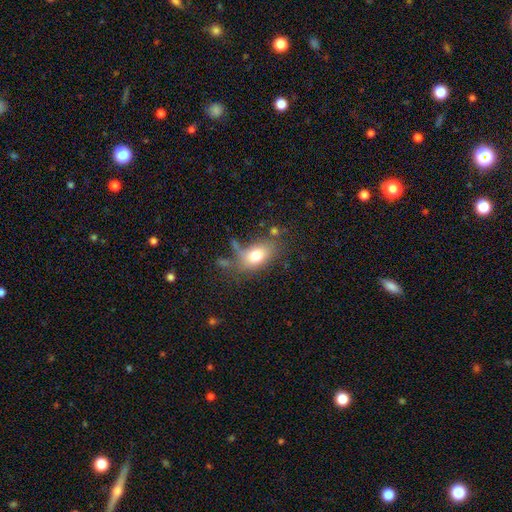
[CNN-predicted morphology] A smooth galaxy with no disk features (75%) that is in between round and cigar-shaped (84%). Merging: none (56%).